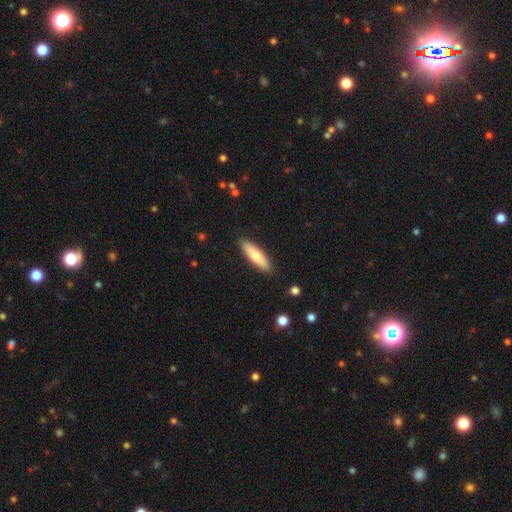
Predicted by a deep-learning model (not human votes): The model was most divided on "how rounded": cigar-shaped: 68%, in between: 31%, round: 2%. More confident: merging — none (89%); smooth or featured — smooth (72%).